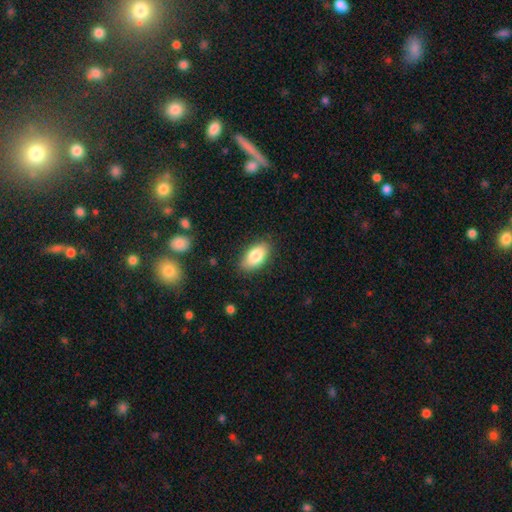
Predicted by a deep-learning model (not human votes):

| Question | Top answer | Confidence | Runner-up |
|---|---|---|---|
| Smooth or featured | smooth | 83% | featured or disk (10%) |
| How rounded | in between | 93% | round (4%) |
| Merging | none | 83% | minor disturbance (13%) |